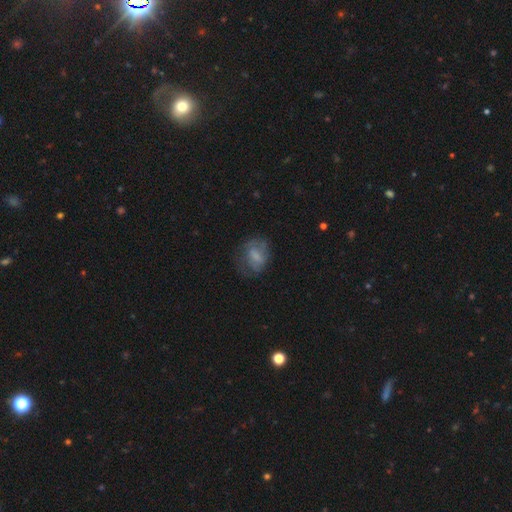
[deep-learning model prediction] Morphology: type=smooth (55%); roundness=in between (61%); merging=none (50%).